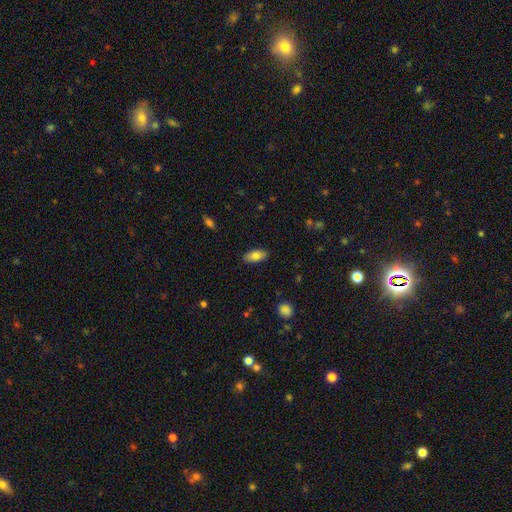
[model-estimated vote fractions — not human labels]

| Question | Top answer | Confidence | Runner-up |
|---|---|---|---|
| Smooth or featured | smooth | 80% | featured or disk (13%) |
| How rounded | in between | 89% | cigar-shaped (9%) |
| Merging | none | 87% | minor disturbance (10%) |